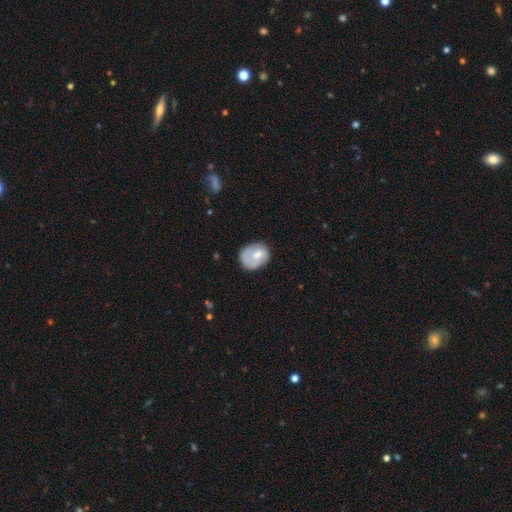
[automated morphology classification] Smooth or featured: smooth — 64% (featured or disk — 30%)
How rounded: round — 62% (in between — 37%)
Merging: none — 60% (minor disturbance — 26%)